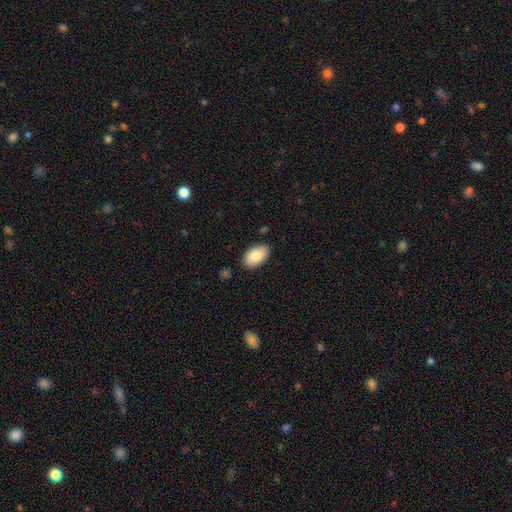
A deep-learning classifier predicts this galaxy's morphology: The model was most divided on "merging": none: 86%, minor disturbance: 10%, major disturbance: 2%, merger: 2%. More confident: how rounded — in between (95%); smooth or featured — smooth (86%).